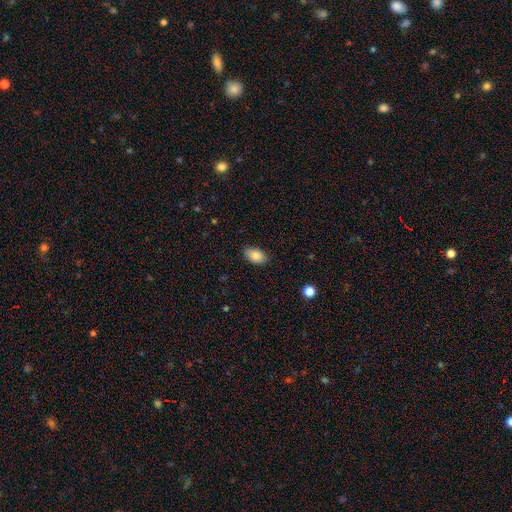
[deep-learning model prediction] This is clearly a smooth galaxy (85%). How rounded: clearly in between (92%). Merging: clearly none (86%).